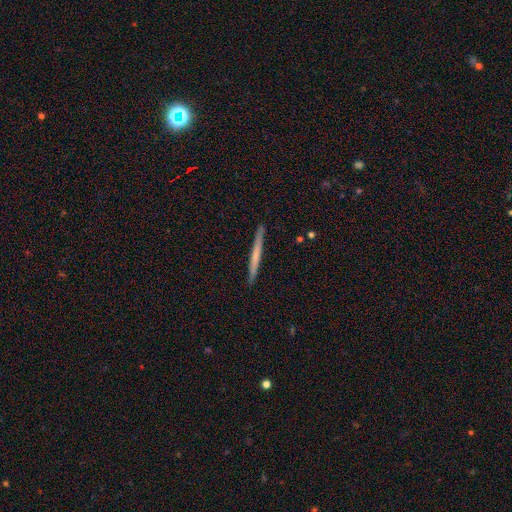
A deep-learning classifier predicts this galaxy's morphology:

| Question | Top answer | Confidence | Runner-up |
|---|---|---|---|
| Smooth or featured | smooth | 55% | featured or disk (40%) |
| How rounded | cigar-shaped | 97% | in between (2%) |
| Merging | none | 91% | minor disturbance (6%) |